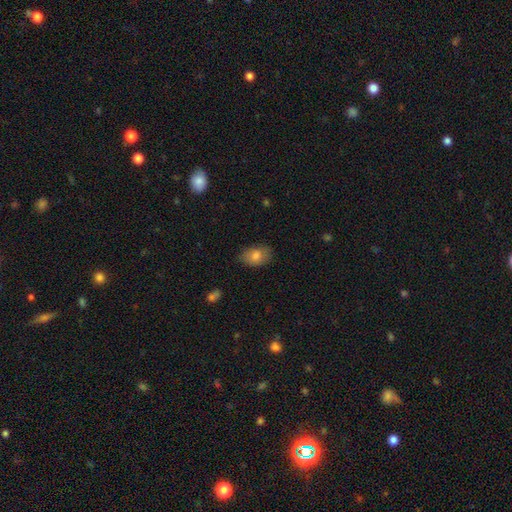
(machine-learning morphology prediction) Smooth or featured? smooth (80%)
How rounded? in between (86%)
Merging? none (79%)